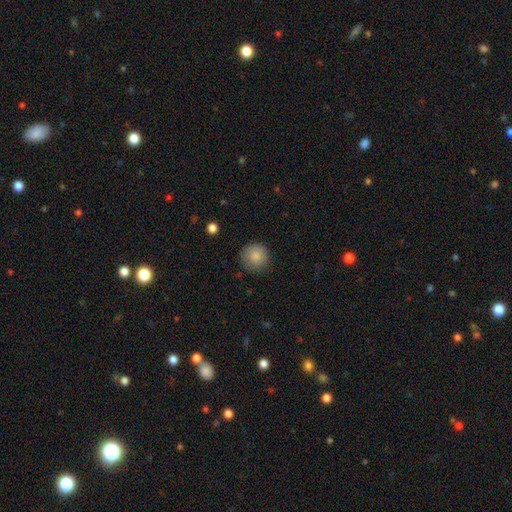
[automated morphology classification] smooth-or-featured: smooth: 86% | star or artifact: 8% | featured or disk: 6%
  how-rounded: round: 93% | in between: 6% | cigar-shaped: 1%
  merging: none: 81% | minor disturbance: 14% | major disturbance: 3% | merger: 1%